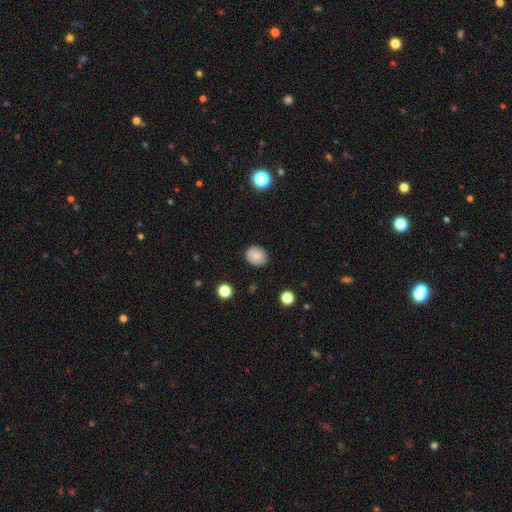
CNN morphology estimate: Smooth or featured?
  - smooth: 80% *
  - featured or disk: 11%
  - star or artifact: 9%
How rounded?
  - round: 72% *
  - in between: 27%
  - cigar-shaped: 1%
Merging?
  - none: 86% *
  - minor disturbance: 10%
  - major disturbance: 2%
  - merger: 1%